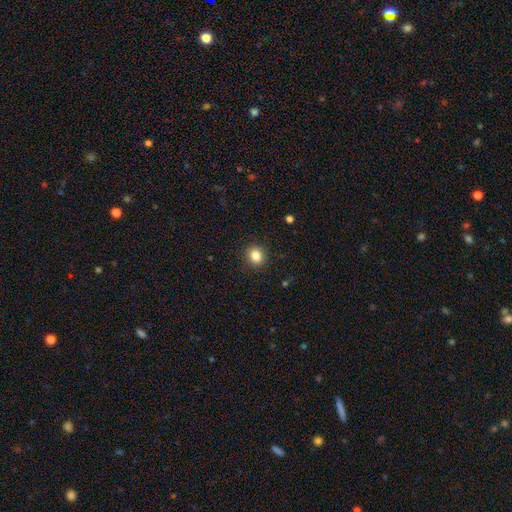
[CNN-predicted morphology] Smooth or featured? smooth (84%)
How rounded? round (78%)
Merging? none (91%)